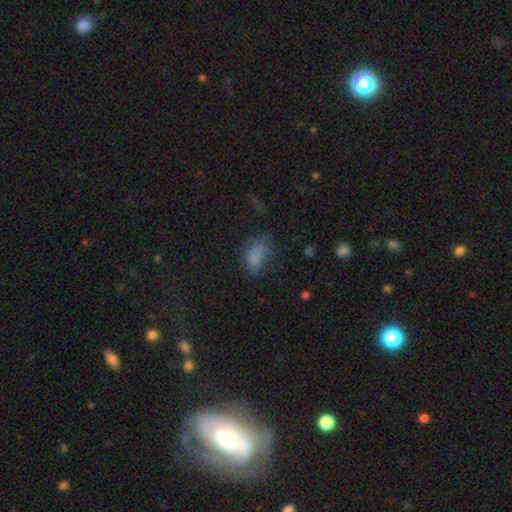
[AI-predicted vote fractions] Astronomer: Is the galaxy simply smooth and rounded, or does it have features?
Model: smooth — 71%.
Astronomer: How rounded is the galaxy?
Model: in between — 87%.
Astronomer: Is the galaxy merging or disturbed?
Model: none — 36% (runner-up: major disturbance, 29%).